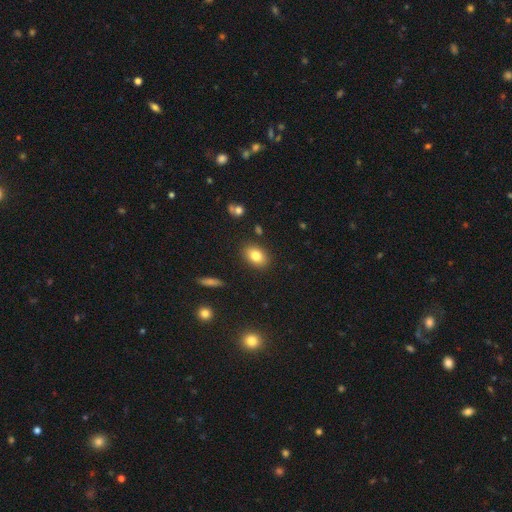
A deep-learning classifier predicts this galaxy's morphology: Smooth or featured?
  - smooth: 80% *
  - featured or disk: 11%
  - star or artifact: 9%
How rounded?
  - in between: 77% *
  - round: 22%
  - cigar-shaped: 1%
Merging?
  - none: 86% *
  - minor disturbance: 9%
  - major disturbance: 2%
  - merger: 2%